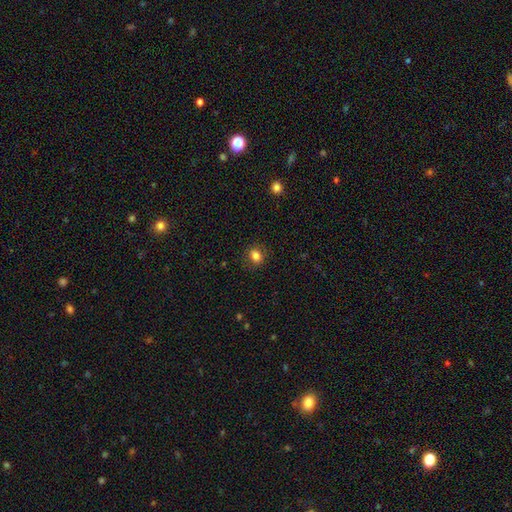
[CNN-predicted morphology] This is clearly a smooth galaxy (82%). How rounded: possibly round (59%). Merging: clearly none (85%).